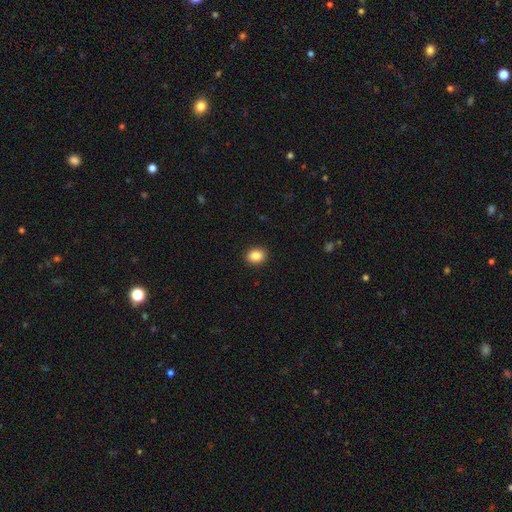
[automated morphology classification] This is clearly a smooth galaxy (87%). How rounded: possibly in between (52%). Merging: clearly none (91%).